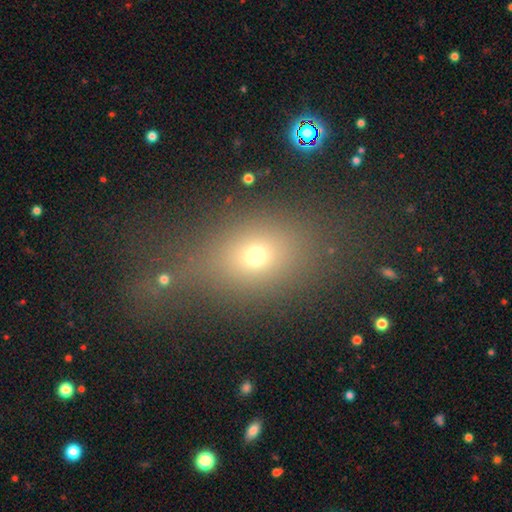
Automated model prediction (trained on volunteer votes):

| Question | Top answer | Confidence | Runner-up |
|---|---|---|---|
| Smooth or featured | smooth | 61% | star or artifact (24%) |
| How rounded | in between | 57% | round (38%) |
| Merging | none | 56% | merger (15%) |